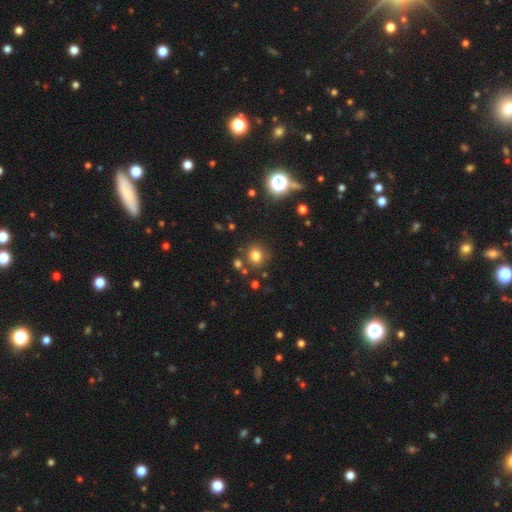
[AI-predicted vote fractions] Smooth or featured? smooth (77%)
How rounded? round (78%)
Merging? none (79%)